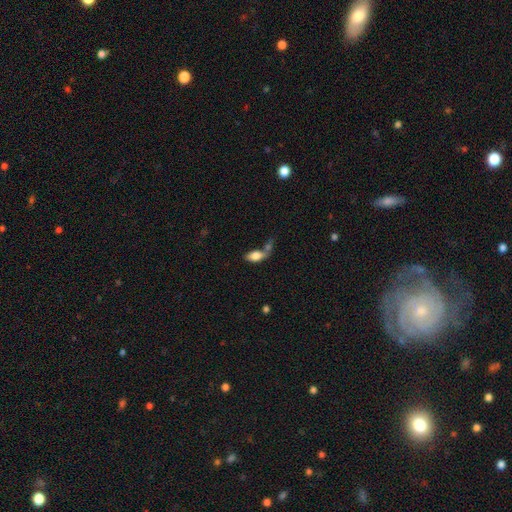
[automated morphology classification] The model was most divided on "merging": merger: 42%, none: 32%, minor disturbance: 15%, major disturbance: 12%. More confident: how rounded — in between (89%); smooth or featured — smooth (79%).